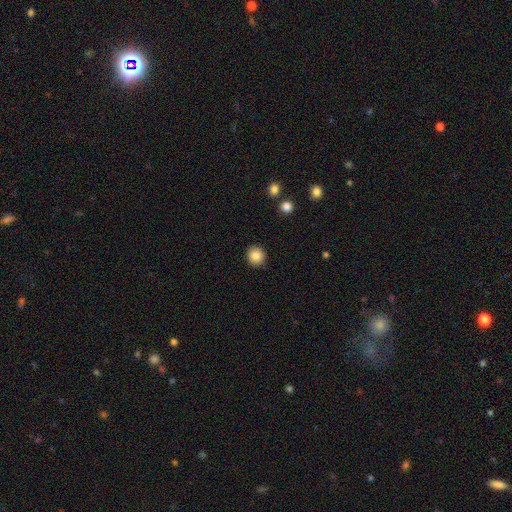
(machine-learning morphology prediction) Smooth or featured? Predicted: smooth (p=0.85). How rounded? Predicted: round (p=0.89). Merging? Predicted: none (p=0.92).